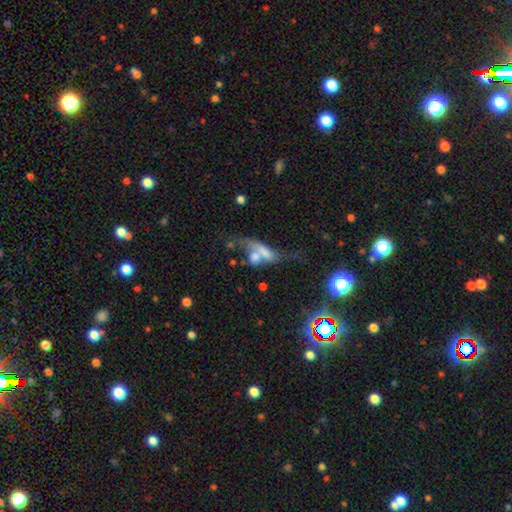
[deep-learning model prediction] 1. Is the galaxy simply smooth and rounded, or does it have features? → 49% smooth, 39% featured or disk, 12% star or artifact.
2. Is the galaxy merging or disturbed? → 57% merger, 19% major disturbance, 14% none, 9% minor disturbance.